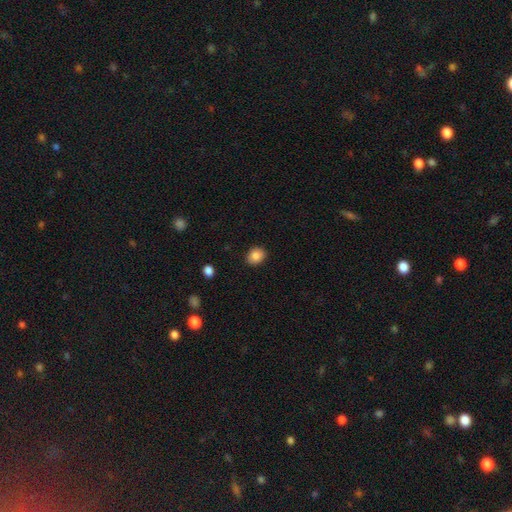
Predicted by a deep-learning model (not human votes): Smooth or featured: smooth — 86% (star or artifact — 9%)
How rounded: round — 60% (in between — 39%)
Merging: none — 89% (minor disturbance — 8%)